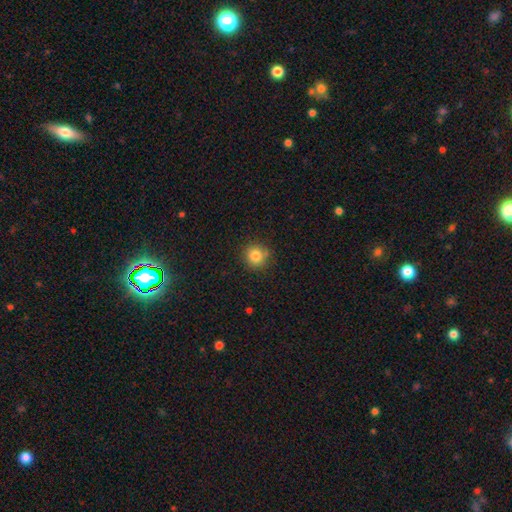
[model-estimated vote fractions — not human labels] smooth 83%, star or artifact 11%, featured or disk 6%. Down the decision tree: how rounded — round (92%); merging — none (85%).